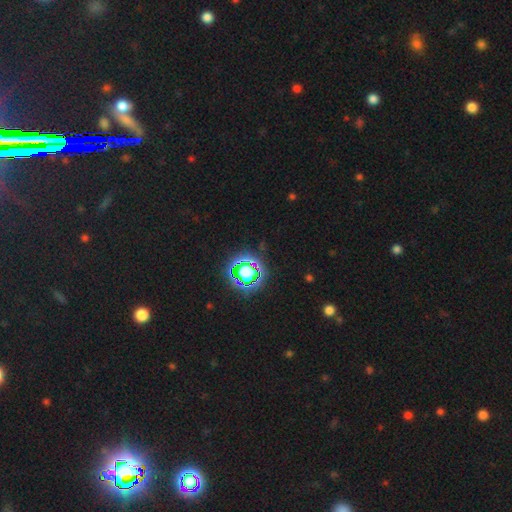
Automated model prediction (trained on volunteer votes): Smooth or featured? star or artifact (79%)